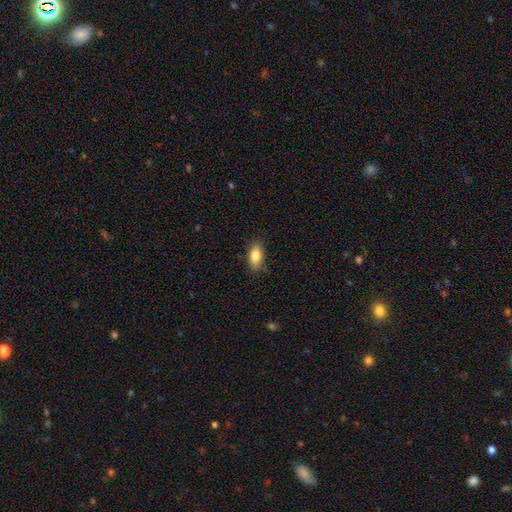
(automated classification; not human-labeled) Q: Smooth or featured?
A: smooth (82%); runner-up: featured or disk (10%)
Q: How rounded?
A: in between (86%); runner-up: cigar-shaped (10%)
Q: Merging?
A: none (84%); runner-up: minor disturbance (12%)